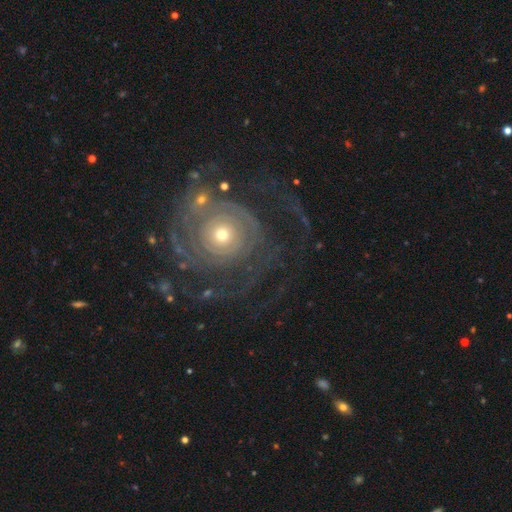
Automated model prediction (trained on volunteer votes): Smooth or featured? featured or disk (80%)
Edge-on disk? no (97%)
Bar? no (82%)
Spiral arms? yes (90%)
Spiral winding? tight (67%)
Spiral arm count? can't tell (35%)
Bulge size? small (51%)
Merging? none (71%)